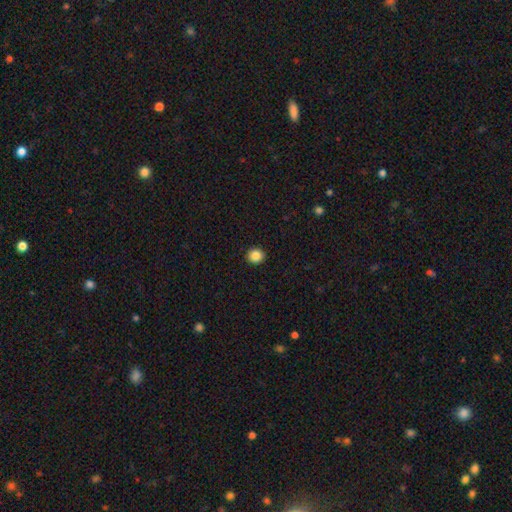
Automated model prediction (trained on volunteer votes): Smooth or featured?
  - smooth: 86% *
  - star or artifact: 10%
  - featured or disk: 4%
How rounded?
  - round: 88% *
  - in between: 11%
  - cigar-shaped: 1%
Merging?
  - none: 93% *
  - minor disturbance: 5%
  - major disturbance: 2%
  - merger: 1%